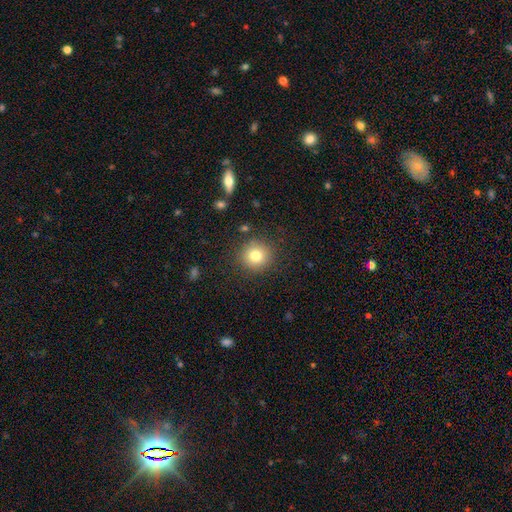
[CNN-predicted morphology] smooth-or-featured: smooth: 79% | star or artifact: 12% | featured or disk: 9%
  how-rounded: round: 93% | in between: 6% | cigar-shaped: 1%
  merging: none: 88% | minor disturbance: 7% | major disturbance: 3% | merger: 2%